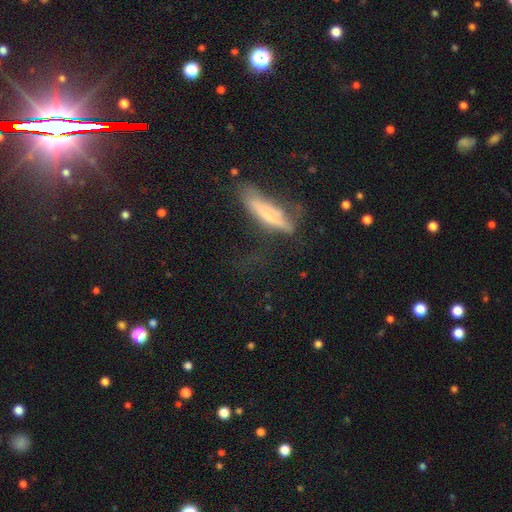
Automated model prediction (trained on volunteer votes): Smooth or featured?
  - smooth: 38% *
  - featured or disk: 34%
  - star or artifact: 28%
Merging?
  - none: 59% *
  - minor disturbance: 25%
  - major disturbance: 13%
  - merger: 3%